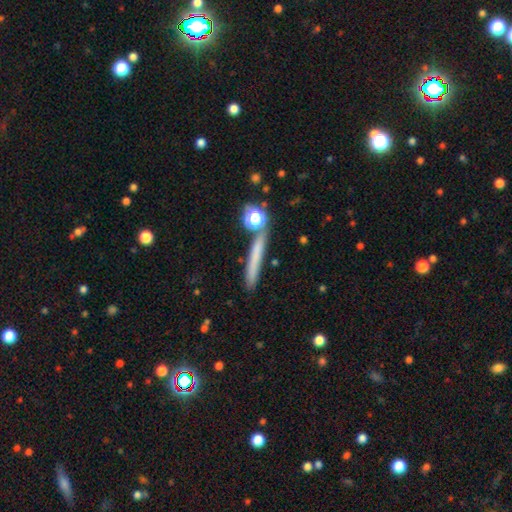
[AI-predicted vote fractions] Morphology: type=smooth (65%); roundness=cigar-shaped (92%); merging=none (81%).